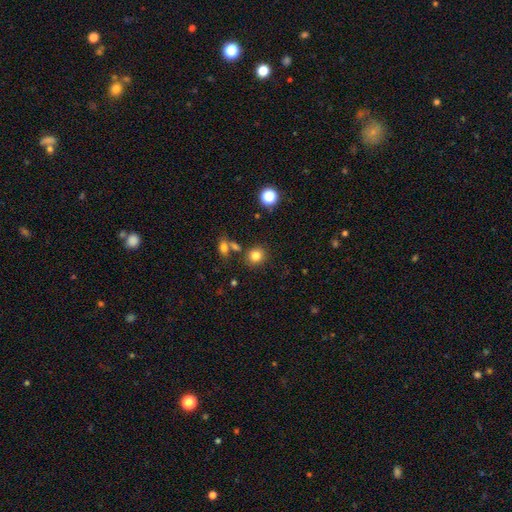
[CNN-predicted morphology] smooth-or-featured: smooth: 81% | star or artifact: 12% | featured or disk: 6%
  how-rounded: round: 81% | in between: 18% | cigar-shaped: 1%
  merging: none: 79% | minor disturbance: 9% | merger: 9% | major disturbance: 3%